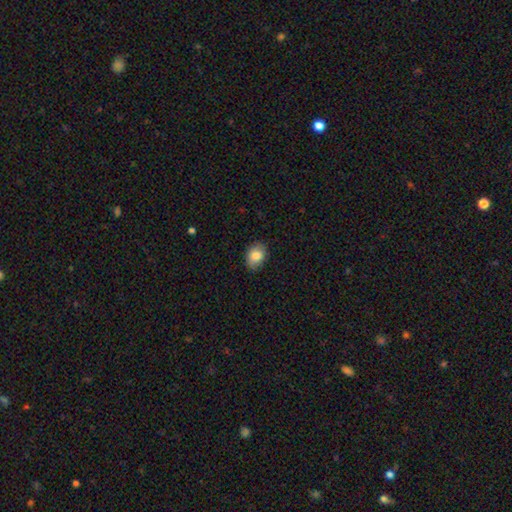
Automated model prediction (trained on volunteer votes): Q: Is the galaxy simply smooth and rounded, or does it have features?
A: smooth — 85%.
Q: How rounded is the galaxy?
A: in between — 76%.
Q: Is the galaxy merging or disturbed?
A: none — 85%.